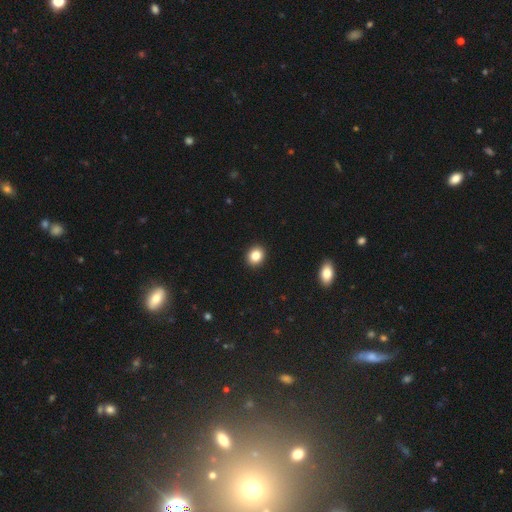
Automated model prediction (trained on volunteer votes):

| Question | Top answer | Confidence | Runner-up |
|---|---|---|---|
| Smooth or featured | smooth | 85% | star or artifact (10%) |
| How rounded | round | 70% | in between (29%) |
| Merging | none | 93% | minor disturbance (5%) |